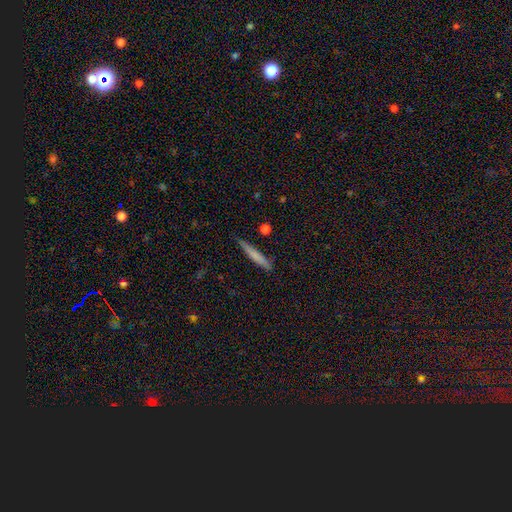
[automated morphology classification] Smooth or featured? Predicted: smooth (p=0.66). How rounded? Predicted: cigar-shaped (p=0.95). Merging? Predicted: none (p=0.82).